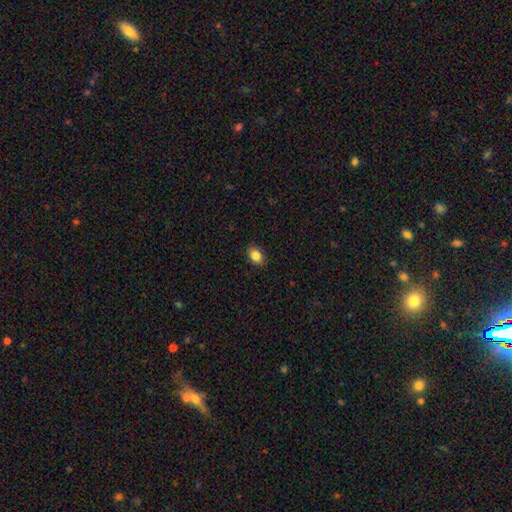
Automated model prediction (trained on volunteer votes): This appears to be a smooth galaxy with no disk features (85%) that is in between round and cigar-shaped (75%). Merging: none (88%).